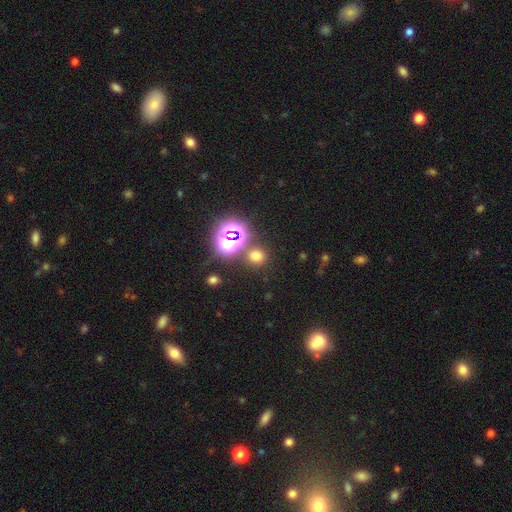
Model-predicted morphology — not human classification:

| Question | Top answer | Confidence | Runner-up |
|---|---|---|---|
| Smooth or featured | smooth | 61% | star or artifact (33%) |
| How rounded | round | 85% | in between (14%) |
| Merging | none | 81% | merger (8%) |